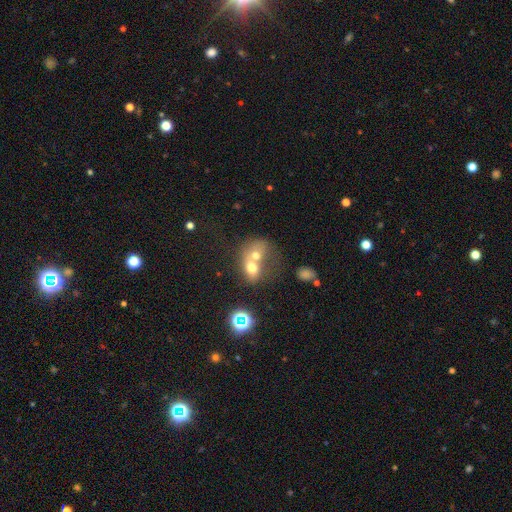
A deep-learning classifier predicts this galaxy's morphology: Q: Smooth or featured?
A: smooth (61%); runner-up: featured or disk (25%)
Q: How rounded?
A: in between (50%); runner-up: round (48%)
Q: Merging?
A: merger (74%); runner-up: none (15%)